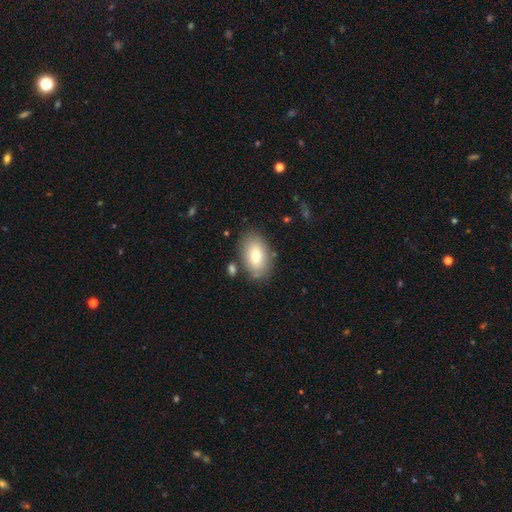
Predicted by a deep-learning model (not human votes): The model was most divided on "smooth or featured": smooth: 74%, featured or disk: 18%, star or artifact: 8%. More confident: how rounded — in between (89%); merging — none (80%).